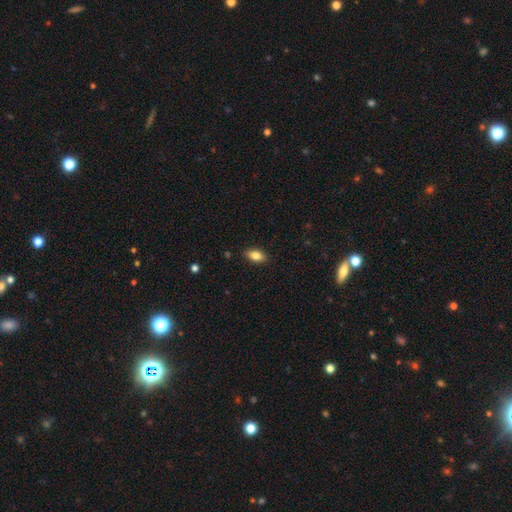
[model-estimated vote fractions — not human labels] smooth_or_featured: smooth (p=0.82) [alt: featured or disk p=0.10]
how_rounded: in between (p=0.88) [alt: cigar-shaped p=0.08]
merging: none (p=0.87) [alt: minor disturbance p=0.10]